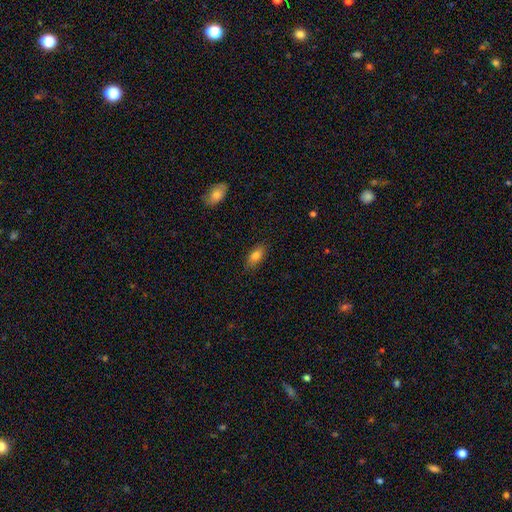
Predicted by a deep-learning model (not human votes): This appears to be a smooth galaxy with no disk features (81%) that is in between round and cigar-shaped (86%). Merging: none (84%).